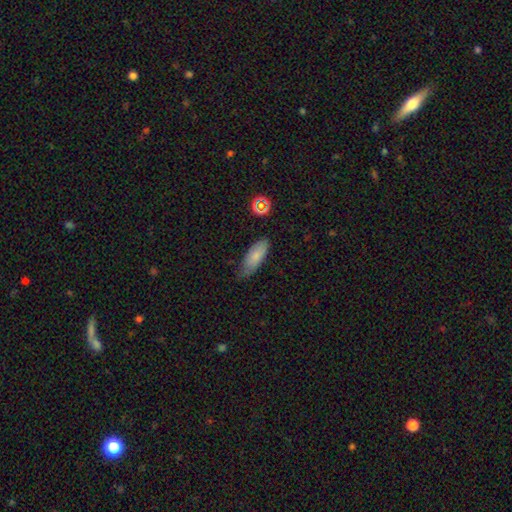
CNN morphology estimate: Smooth or featured: smooth — 79% (featured or disk — 13%)
How rounded: in between — 73% (cigar-shaped — 25%)
Merging: none — 65% (minor disturbance — 29%)